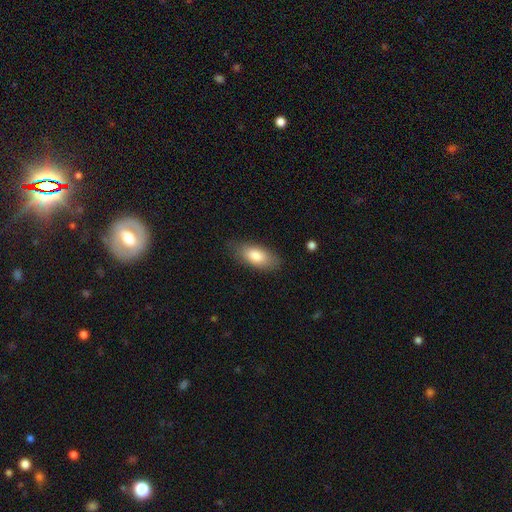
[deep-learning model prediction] This is clearly a smooth galaxy (82%). How rounded: clearly in between (87%). Merging: likely none (79%).